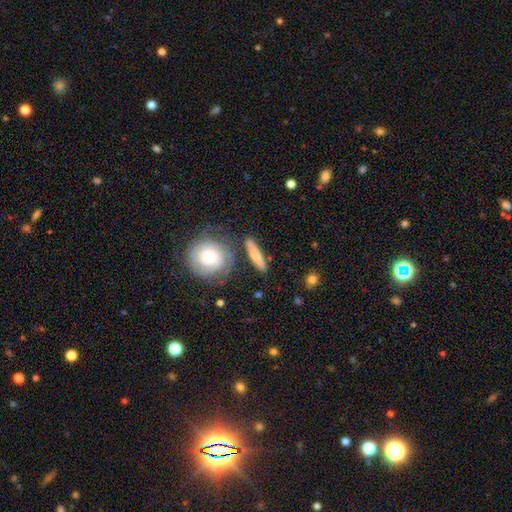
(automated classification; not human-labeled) Morphology: type=smooth (64%); roundness=cigar-shaped (76%); merging=none (74%).